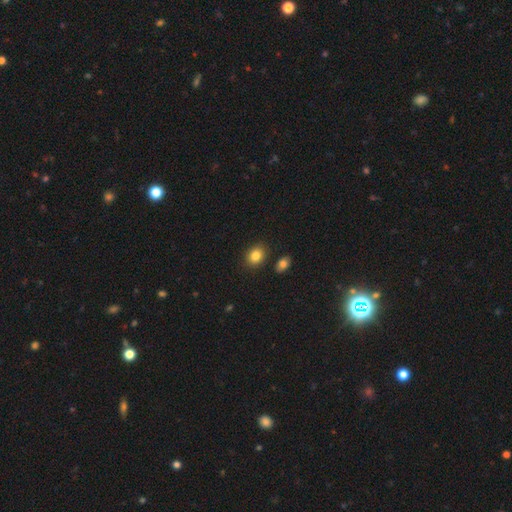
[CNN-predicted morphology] Overall: smooth (84%). How rounded: in between (58%; round 41%). Merging: none (83%).